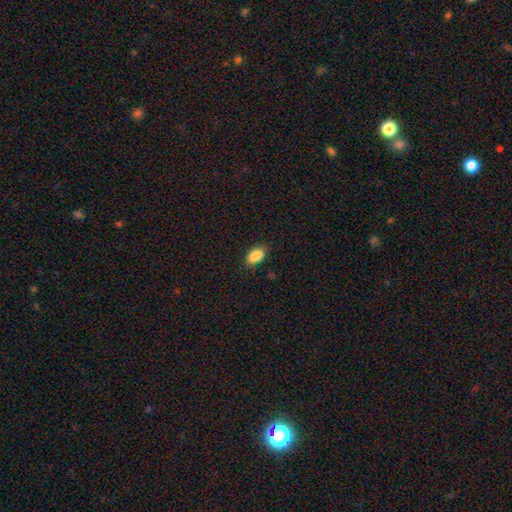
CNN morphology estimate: Smooth or featured?
  - smooth: 88% *
  - star or artifact: 8%
  - featured or disk: 4%
How rounded?
  - in between: 91% *
  - round: 7%
  - cigar-shaped: 2%
Merging?
  - none: 77% *
  - minor disturbance: 18%
  - major disturbance: 4%
  - merger: 1%